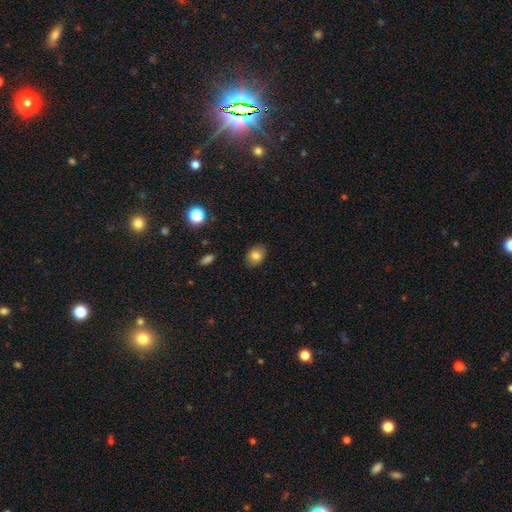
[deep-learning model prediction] smooth 81%, star or artifact 10%, featured or disk 9%. Down the decision tree: how rounded — in between (65%); merging — none (87%).